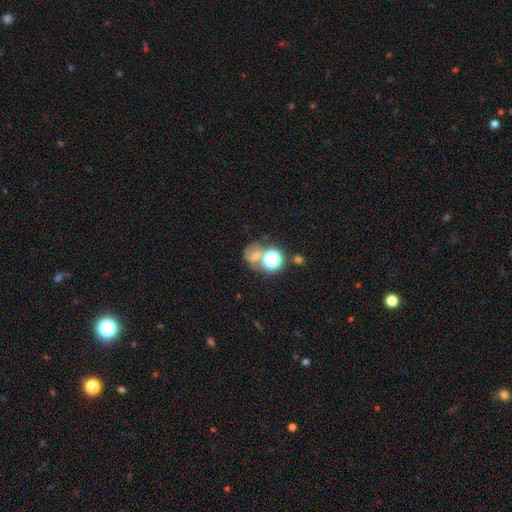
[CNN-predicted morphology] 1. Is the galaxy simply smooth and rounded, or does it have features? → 44% smooth, 33% star or artifact, 24% featured or disk.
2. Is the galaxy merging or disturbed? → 41% none, 29% merger, 15% major disturbance, 15% minor disturbance.